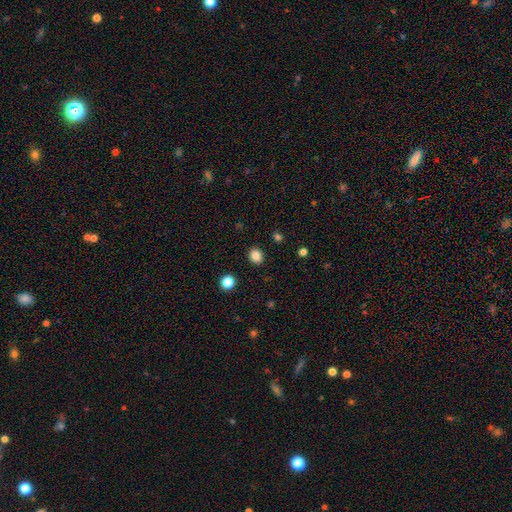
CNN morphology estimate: smooth-or-featured: smooth: 84% | star or artifact: 11% | featured or disk: 5%
  how-rounded: round: 65% | in between: 34% | cigar-shaped: 1%
  merging: none: 90% | minor disturbance: 6% | major disturbance: 2% | merger: 2%